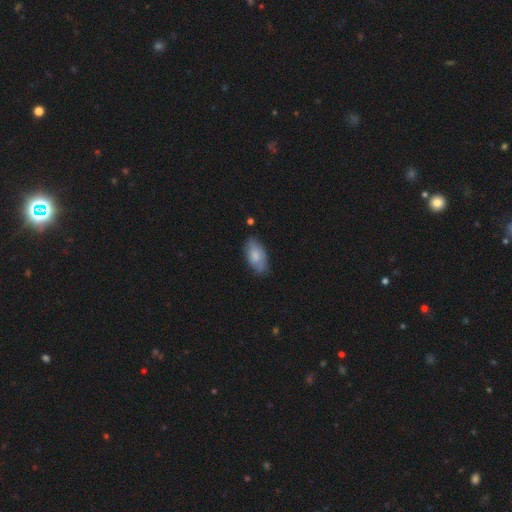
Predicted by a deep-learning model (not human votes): Overall: smooth (73%). How rounded: in between (92%). Merging: none (70%).